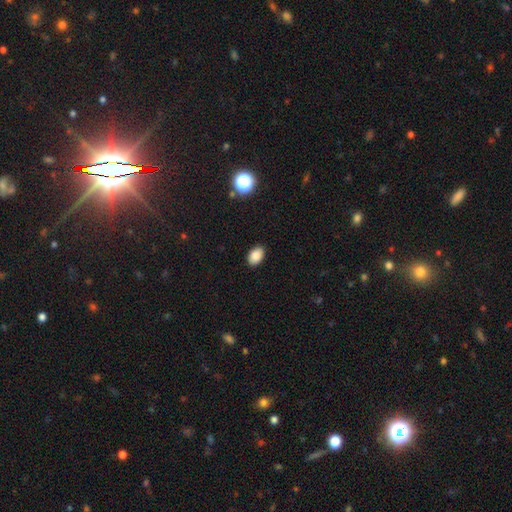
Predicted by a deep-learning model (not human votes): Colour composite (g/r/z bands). It shows a smooth galaxy with no disk features (86%) that is in between round and cigar-shaped (86%). Merging: none (89%).